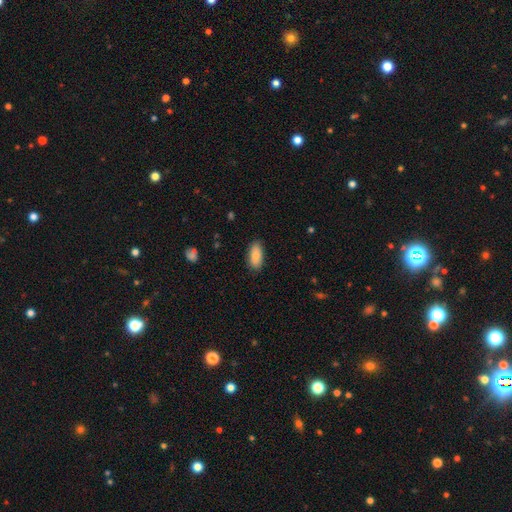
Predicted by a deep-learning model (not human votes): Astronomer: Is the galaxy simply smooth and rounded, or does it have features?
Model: smooth — 87%.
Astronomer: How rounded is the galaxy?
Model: in between — 88%.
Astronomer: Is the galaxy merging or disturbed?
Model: none — 87%.